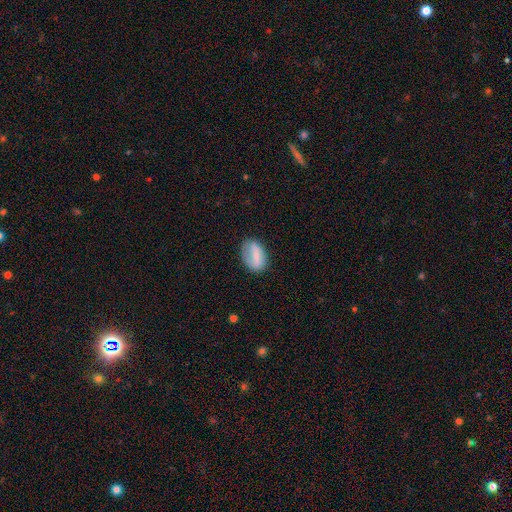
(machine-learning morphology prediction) This appears to be a smooth galaxy with no disk features (64%) that is in between round and cigar-shaped (85%). Merging: none (68%).